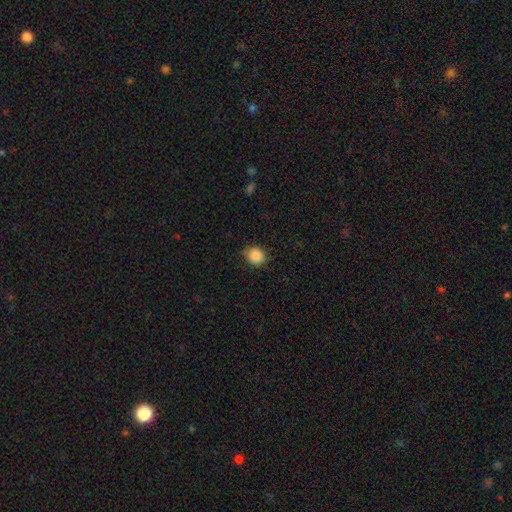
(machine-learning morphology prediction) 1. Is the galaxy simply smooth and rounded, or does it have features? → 88% smooth, 9% star or artifact, 3% featured or disk.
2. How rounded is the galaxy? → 84% round, 15% in between, 1% cigar-shaped.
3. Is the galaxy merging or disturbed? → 81% none, 15% minor disturbance, 3% major disturbance, 1% merger.